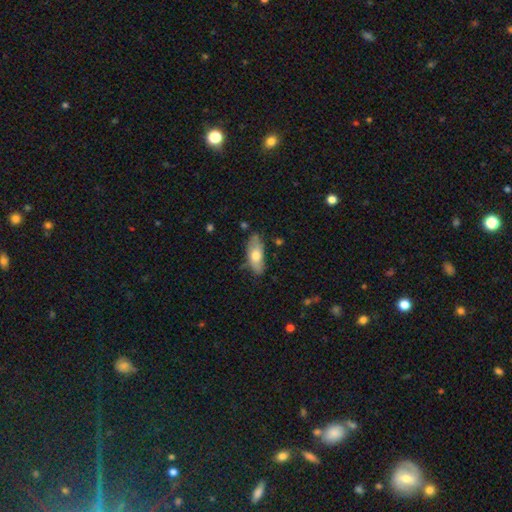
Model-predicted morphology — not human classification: Q: Smooth or featured?
A: smooth (66%); runner-up: featured or disk (28%)
Q: How rounded?
A: in between (80%); runner-up: cigar-shaped (17%)
Q: Merging?
A: none (70%); runner-up: minor disturbance (23%)